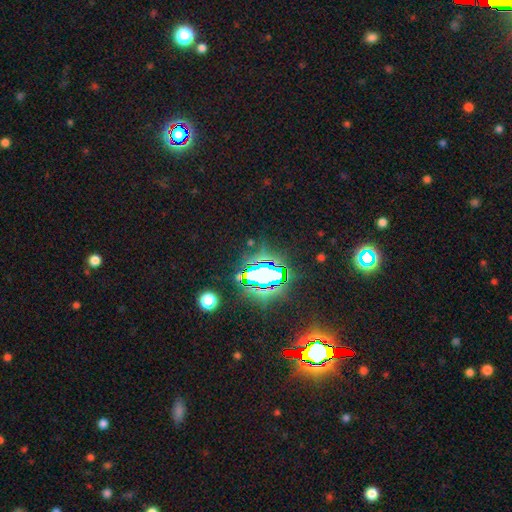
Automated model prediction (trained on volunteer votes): Smooth or featured? star or artifact (83%)